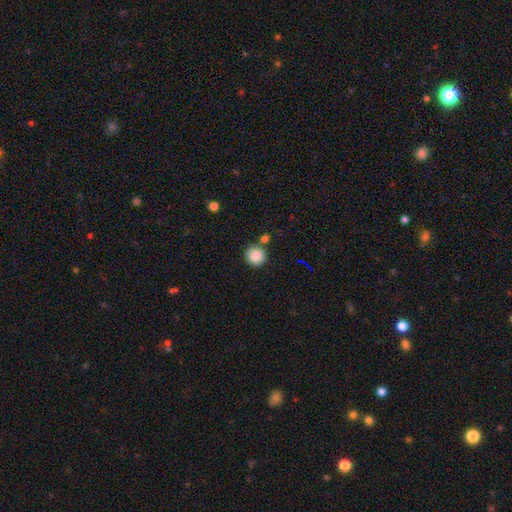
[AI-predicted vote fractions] The model was most divided on "merging": none: 78%, merger: 10%, minor disturbance: 9%, major disturbance: 3%. More confident: how rounded — round (94%); smooth or featured — smooth (85%).